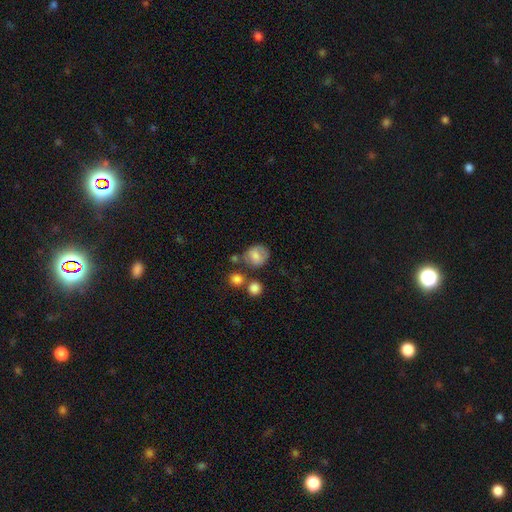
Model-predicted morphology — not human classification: smooth 69%, featured or disk 22%, star or artifact 9%. Down the decision tree: how rounded — round (68%); merging — none (59%).